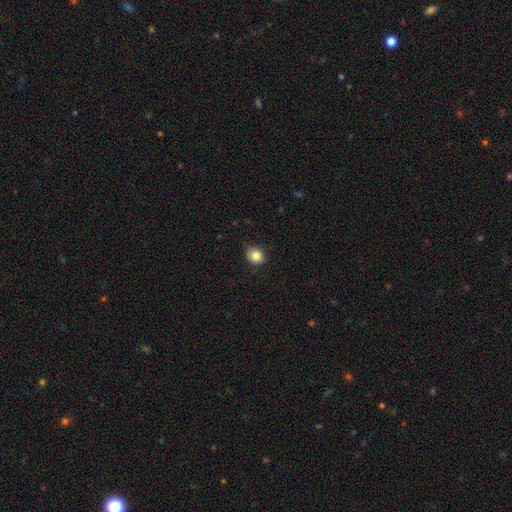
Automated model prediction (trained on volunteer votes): smooth-or-featured: smooth: 85% | star or artifact: 10% | featured or disk: 6%
  how-rounded: round: 64% | in between: 35% | cigar-shaped: 1%
  merging: none: 83% | minor disturbance: 14% | major disturbance: 3% | merger: 1%